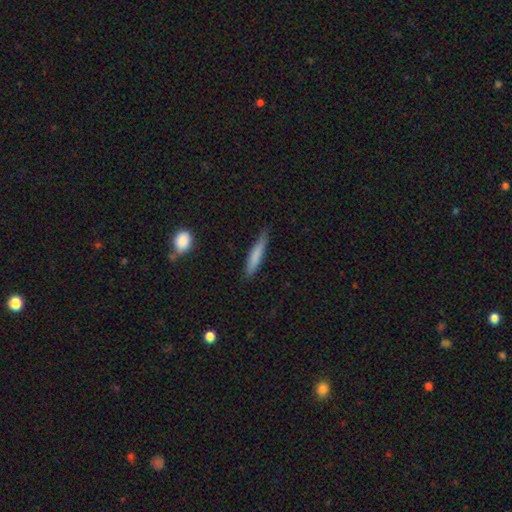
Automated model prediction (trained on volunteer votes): smooth-or-featured: smooth: 76% | featured or disk: 18% | star or artifact: 6%
  how-rounded: cigar-shaped: 90% | in between: 8% | round: 1%
  merging: none: 79% | minor disturbance: 17% | major disturbance: 3% | merger: 2%